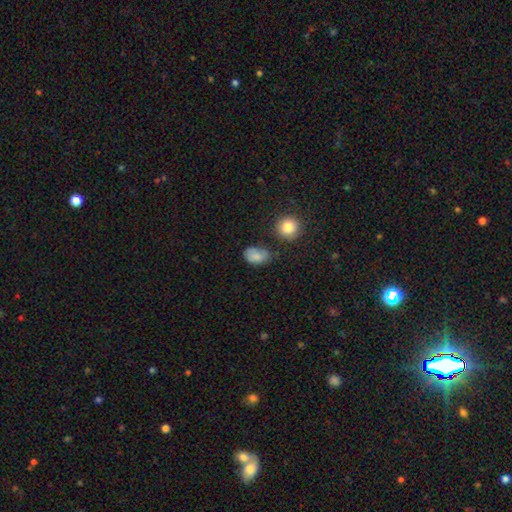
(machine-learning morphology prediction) The model was most divided on "merging": none: 49%, minor disturbance: 33%, major disturbance: 11%, merger: 7%. More confident: how rounded — in between (81%); smooth or featured — smooth (80%).